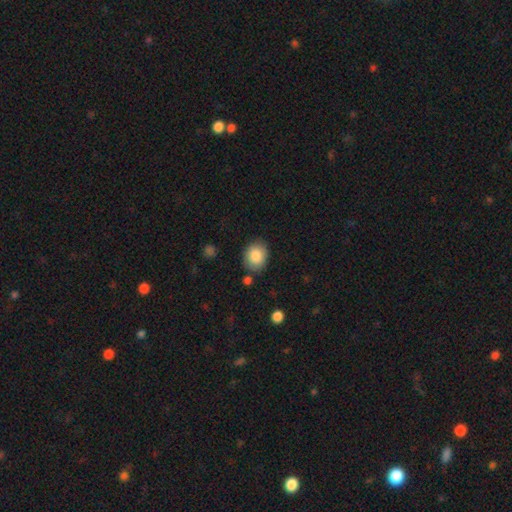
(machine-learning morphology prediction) Smooth or featured: smooth — 86% (star or artifact — 7%)
How rounded: round — 50% (in between — 49%)
Merging: none — 81% (minor disturbance — 13%)